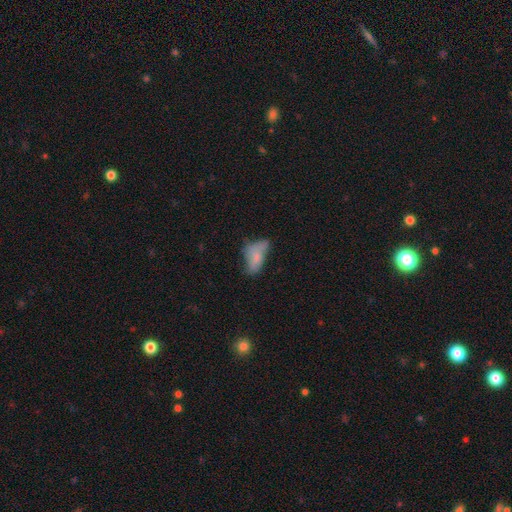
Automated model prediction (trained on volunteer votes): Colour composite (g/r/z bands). It shows a smooth galaxy with no disk features (66%) that is in between round and cigar-shaped (89%). Merging: minor disturbance (31%).